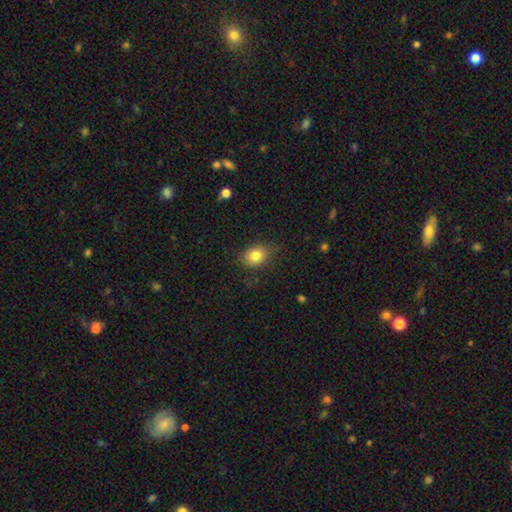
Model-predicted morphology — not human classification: This is clearly a smooth galaxy (83%). How rounded: likely in between (62%). Merging: likely none (76%).